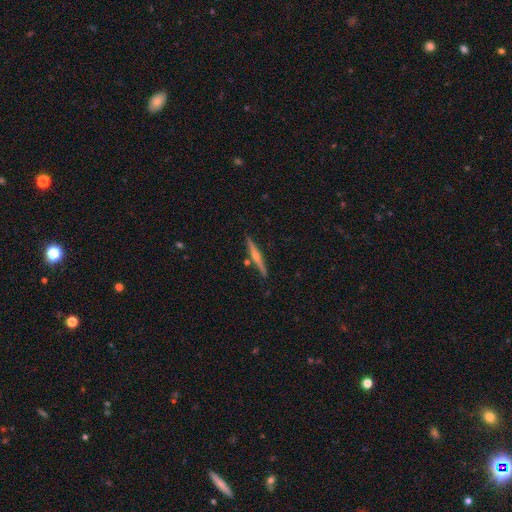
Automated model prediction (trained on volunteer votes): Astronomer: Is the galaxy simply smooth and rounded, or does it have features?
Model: featured or disk — 70%.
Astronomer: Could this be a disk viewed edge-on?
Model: yes — 98%.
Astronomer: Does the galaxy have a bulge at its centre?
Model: rounded — 85%.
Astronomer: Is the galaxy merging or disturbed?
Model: none — 88%.